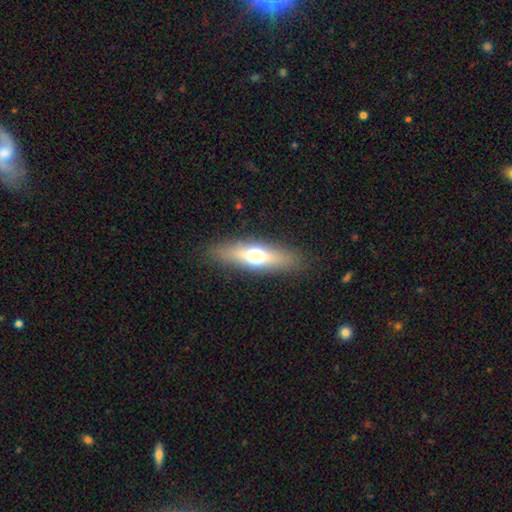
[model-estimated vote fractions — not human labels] A smooth galaxy with no disk features (52%) that is cigar-shaped (55%).

Vote fractions:
- Smooth or featured? smooth: 52% / featured or disk: 40% / star or artifact: 8%
- How rounded? cigar-shaped: 55% / in between: 41% / round: 4%
- Merging? none: 87% / minor disturbance: 9% / major disturbance: 3% / merger: 1%